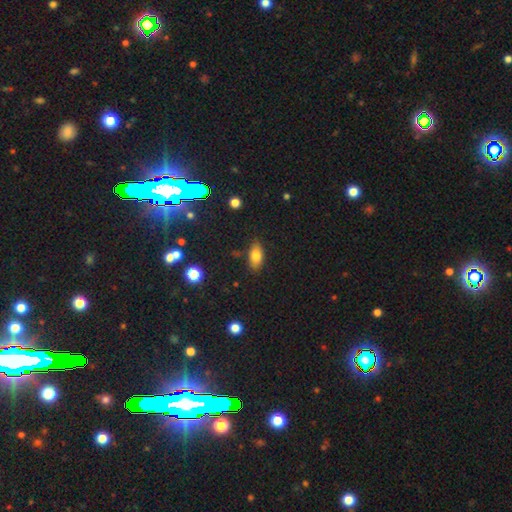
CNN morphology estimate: The model was most divided on "smooth or featured": smooth: 78%, featured or disk: 12%, star or artifact: 10%. More confident: how rounded — in between (87%); merging — none (83%).